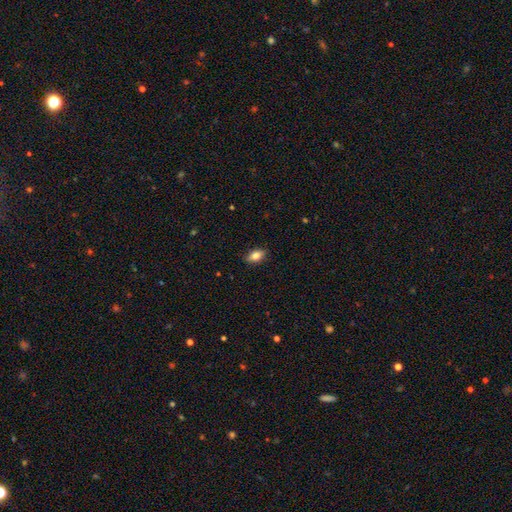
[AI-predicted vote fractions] This appears to be a smooth galaxy with no disk features (78%) that is in between round and cigar-shaped (86%). Merging: none (86%).